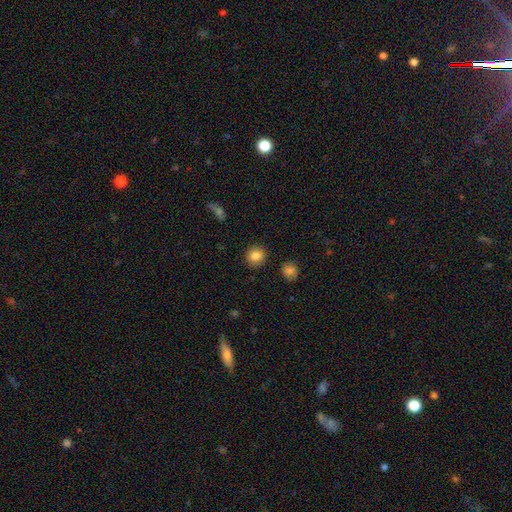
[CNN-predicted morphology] type=smooth (85%); roundness=round (89%); merging=none (90%).